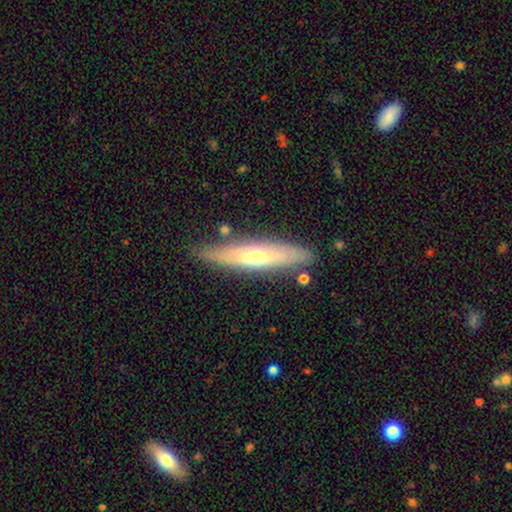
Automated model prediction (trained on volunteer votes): Smooth or featured? Predicted: featured or disk (p=0.54). Edge-on disk? Predicted: yes (p=0.83). Merging? Predicted: none (p=0.82).